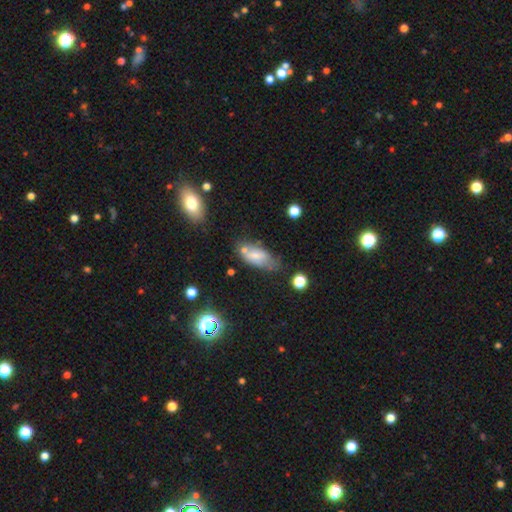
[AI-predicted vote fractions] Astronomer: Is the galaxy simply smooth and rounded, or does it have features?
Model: smooth — 62%.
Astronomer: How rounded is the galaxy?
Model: in between — 80%.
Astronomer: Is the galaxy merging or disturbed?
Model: none — 49% (runner-up: minor disturbance, 27%).